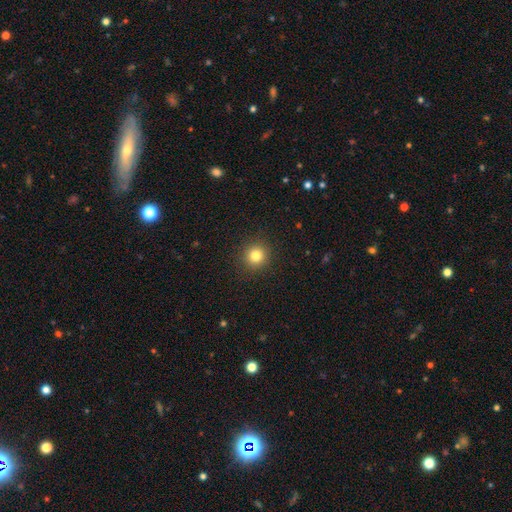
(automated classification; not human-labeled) This appears to be a smooth galaxy with no disk features (81%) that is round (93%). Merging: none (91%).